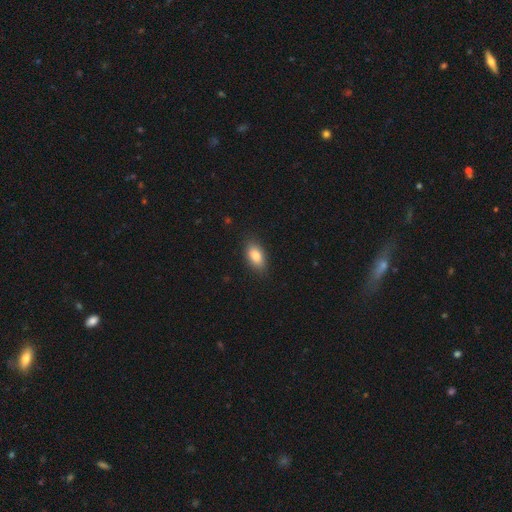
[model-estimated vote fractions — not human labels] Smooth or featured?
  - smooth: 82% *
  - featured or disk: 11%
  - star or artifact: 8%
How rounded?
  - in between: 89% *
  - round: 6%
  - cigar-shaped: 5%
Merging?
  - none: 86% *
  - minor disturbance: 10%
  - major disturbance: 2%
  - merger: 1%